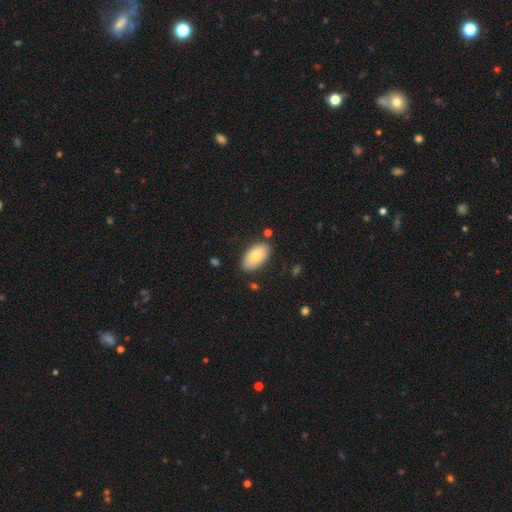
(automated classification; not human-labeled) Smooth or featured? smooth (81%)
How rounded? in between (95%)
Merging? none (83%)